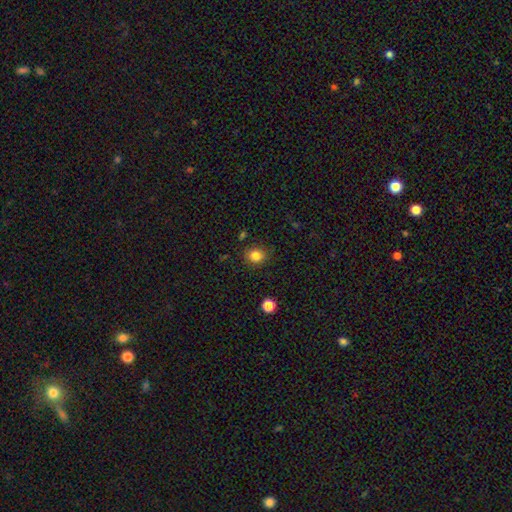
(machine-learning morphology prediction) smooth 83%, star or artifact 11%, featured or disk 5%. Down the decision tree: how rounded — round (73%); merging — none (85%).